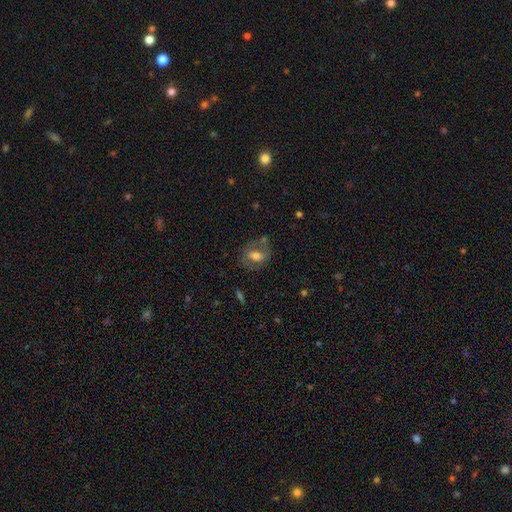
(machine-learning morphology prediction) This is possibly a featured or disk galaxy (47%). Merging: likely none (63%).